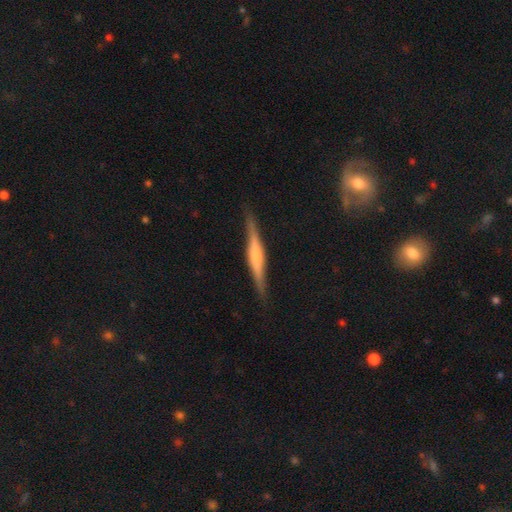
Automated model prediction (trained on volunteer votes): Smooth or featured? Predicted: featured or disk (p=0.67). Edge-on disk? Predicted: yes (p=0.97). Edge-on bulge? Predicted: rounded (p=0.59). Merging? Predicted: none (p=0.88).